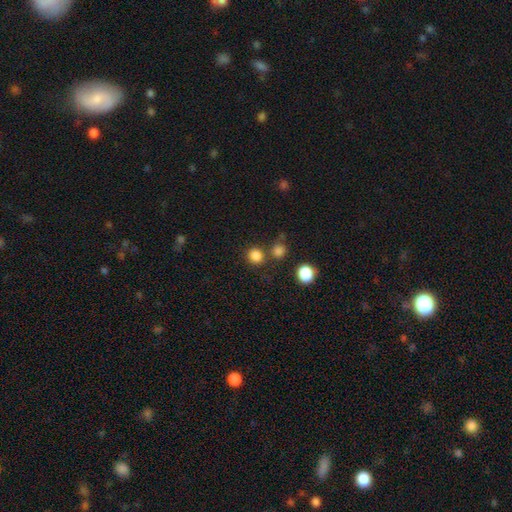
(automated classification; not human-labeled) This is clearly a smooth galaxy (82%). How rounded: clearly round (89%). Merging: likely none (76%).